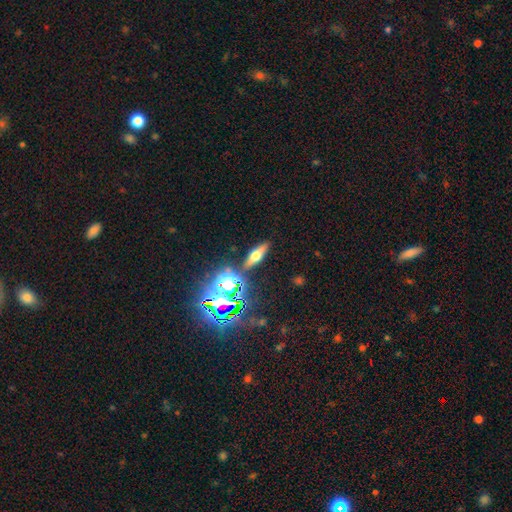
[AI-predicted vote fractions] featured or disk 43%, smooth 36%, star or artifact 21%. Down the decision tree: merging — none (85%).